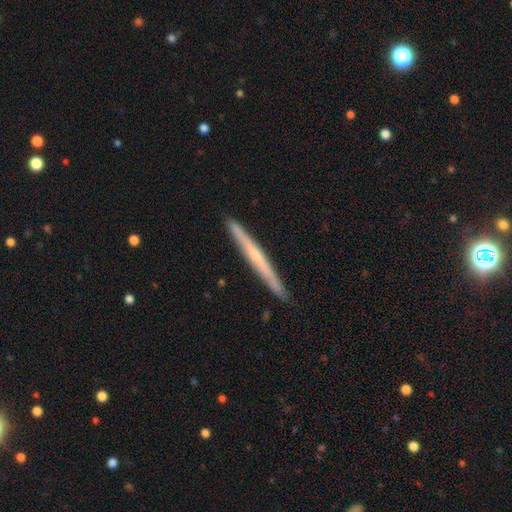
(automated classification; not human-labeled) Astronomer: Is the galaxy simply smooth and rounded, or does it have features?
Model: featured or disk — 61%.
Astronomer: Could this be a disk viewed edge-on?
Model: yes — 97%.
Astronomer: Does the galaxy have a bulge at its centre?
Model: none — 56% (runner-up: rounded, 40%).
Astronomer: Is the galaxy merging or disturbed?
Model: none — 91%.